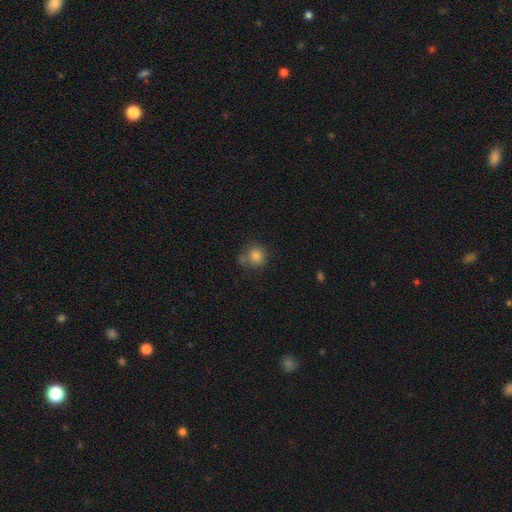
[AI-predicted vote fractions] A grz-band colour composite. It shows a smooth galaxy with no disk features (82%) that is round (86%). Merging: none (59%).